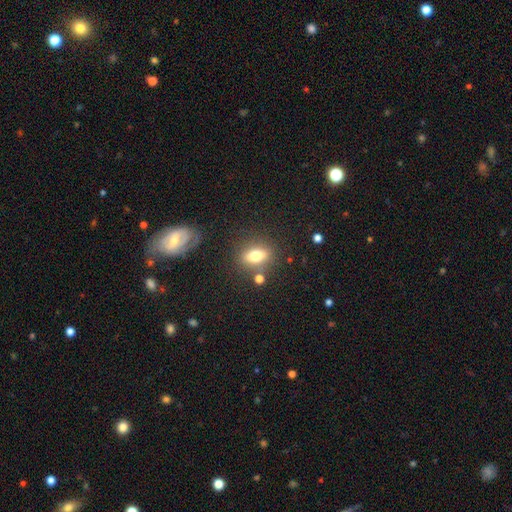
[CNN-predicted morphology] Q: Smooth or featured?
A: smooth (68%); runner-up: featured or disk (22%)
Q: How rounded?
A: in between (72%); runner-up: round (14%)
Q: Merging?
A: none (78%); runner-up: minor disturbance (11%)